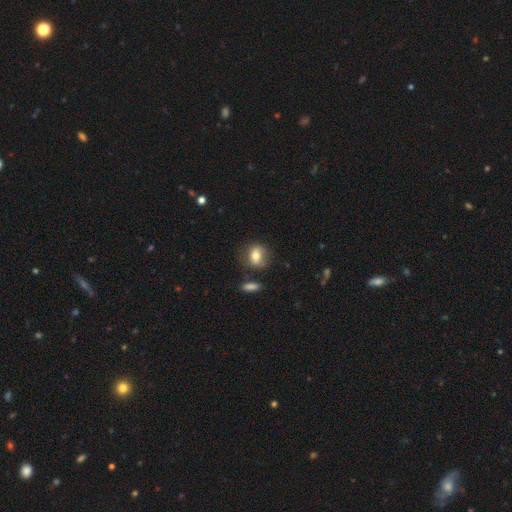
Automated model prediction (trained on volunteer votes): Overall: smooth (71%). How rounded: in between (51%; round 46%). Merging: none (69%).